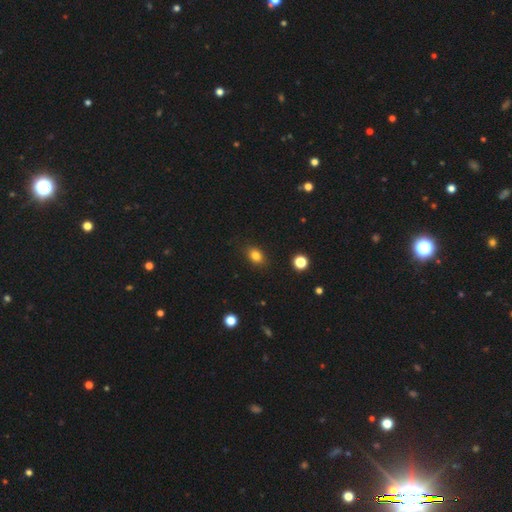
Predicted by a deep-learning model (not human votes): Smooth or featured? smooth (82%)
How rounded? in between (69%)
Merging? none (86%)